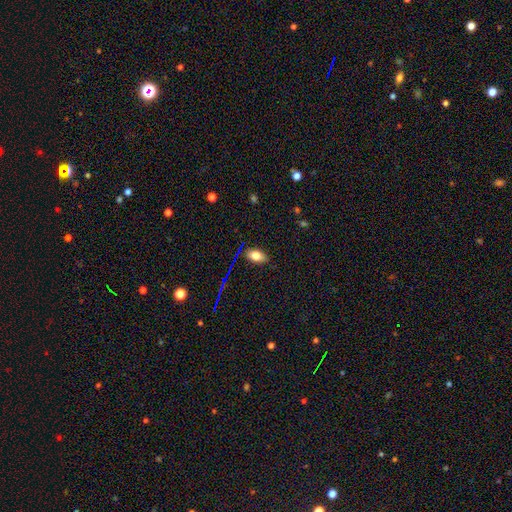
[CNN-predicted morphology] Q: Smooth or featured?
A: smooth (76%); runner-up: featured or disk (13%)
Q: How rounded?
A: in between (90%); runner-up: round (7%)
Q: Merging?
A: none (83%); runner-up: minor disturbance (13%)